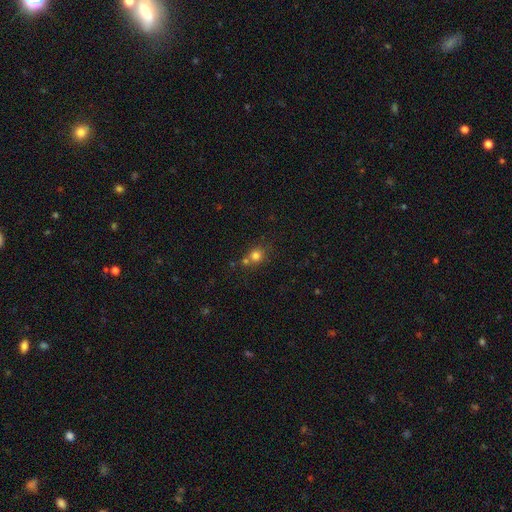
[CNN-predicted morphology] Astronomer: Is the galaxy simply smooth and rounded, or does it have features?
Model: smooth — 77%.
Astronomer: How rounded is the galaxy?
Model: round — 83%.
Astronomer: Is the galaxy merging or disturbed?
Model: none — 57%.